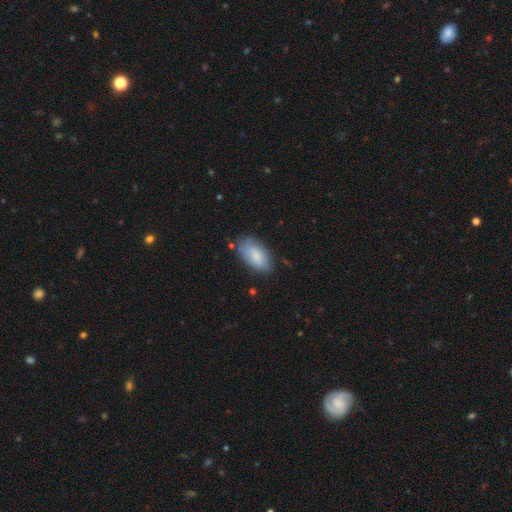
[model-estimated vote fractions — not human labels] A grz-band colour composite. It shows a smooth galaxy with no disk features (80%) that is in between round and cigar-shaped (93%). Merging: none (72%).